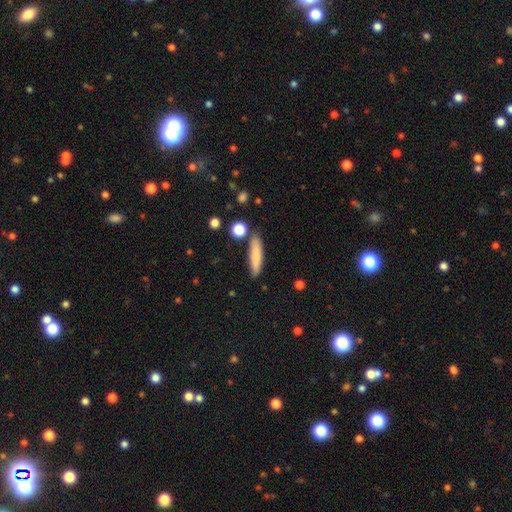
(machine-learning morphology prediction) The model was most divided on "how rounded": cigar-shaped: 78%, in between: 20%, round: 2%. More confident: merging — none (83%); smooth or featured — smooth (78%).